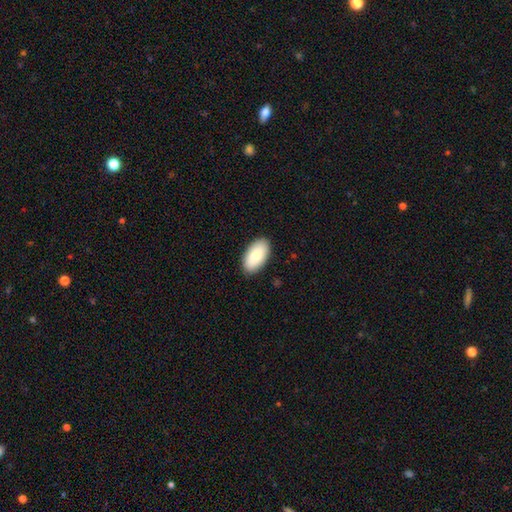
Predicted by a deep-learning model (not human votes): Smooth or featured? Predicted: smooth (p=0.85). How rounded? Predicted: in between (p=0.96). Merging? Predicted: none (p=0.88).